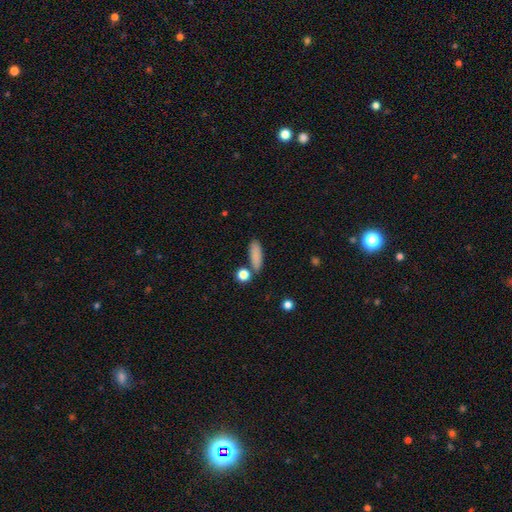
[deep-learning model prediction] Smooth or featured?
  - smooth: 85% *
  - star or artifact: 8%
  - featured or disk: 7%
How rounded?
  - in between: 51% *
  - cigar-shaped: 45%
  - round: 4%
Merging?
  - none: 76% *
  - minor disturbance: 12%
  - merger: 8%
  - major disturbance: 4%